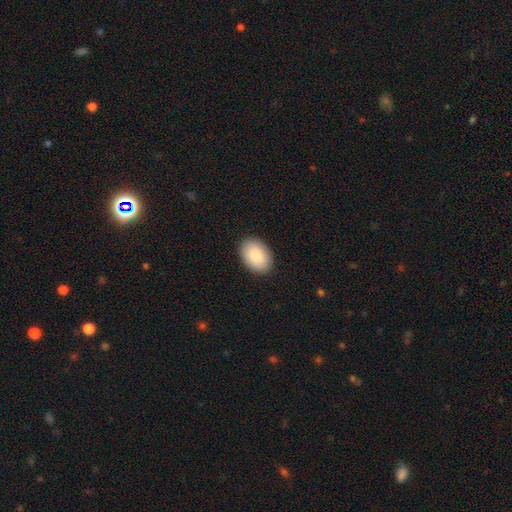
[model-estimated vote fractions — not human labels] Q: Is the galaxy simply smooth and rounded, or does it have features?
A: smooth — 90%.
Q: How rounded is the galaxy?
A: in between — 87%.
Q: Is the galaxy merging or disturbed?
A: none — 89%.